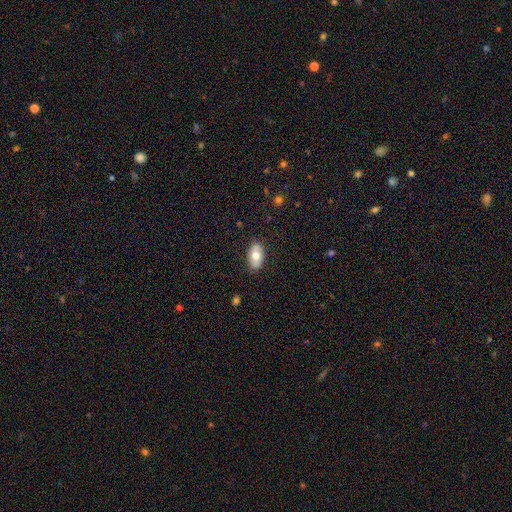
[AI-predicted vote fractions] Smooth or featured? Predicted: smooth (p=0.71). How rounded? Predicted: in between (p=0.92). Merging? Predicted: none (p=0.85).